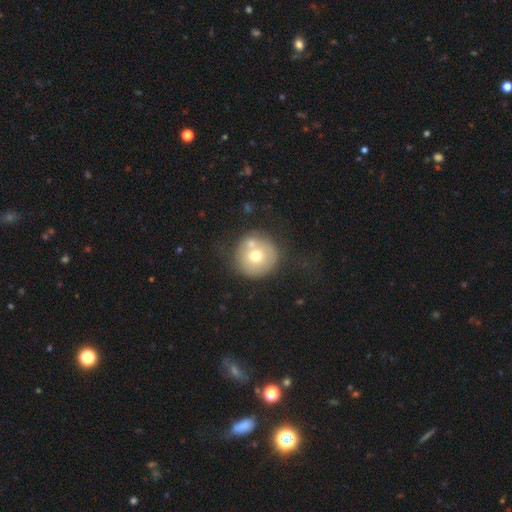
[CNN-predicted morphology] smooth_or_featured: smooth (p=0.64) [alt: featured or disk p=0.26]
how_rounded: round (p=0.94) [alt: in between p=0.05]
merging: none (p=0.57) [alt: merger p=0.24]